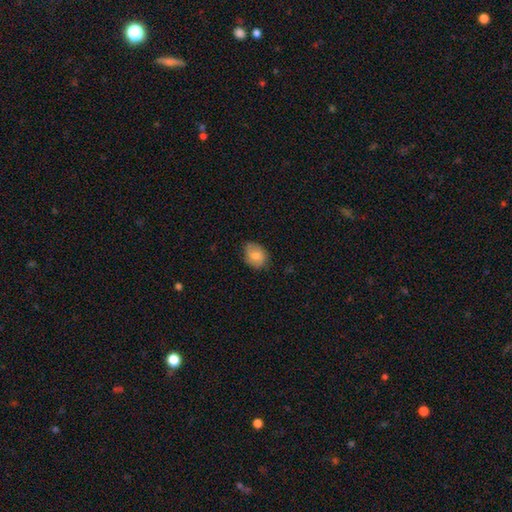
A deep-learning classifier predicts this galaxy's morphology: A smooth galaxy with no disk features (77%) that is in between round and cigar-shaped (59%).

Vote fractions:
- Smooth or featured? smooth: 77% / featured or disk: 16% / star or artifact: 7%
- How rounded? in between: 59% / round: 40% / cigar-shaped: 1%
- Merging? none: 65% / minor disturbance: 28% / major disturbance: 6% / merger: 1%